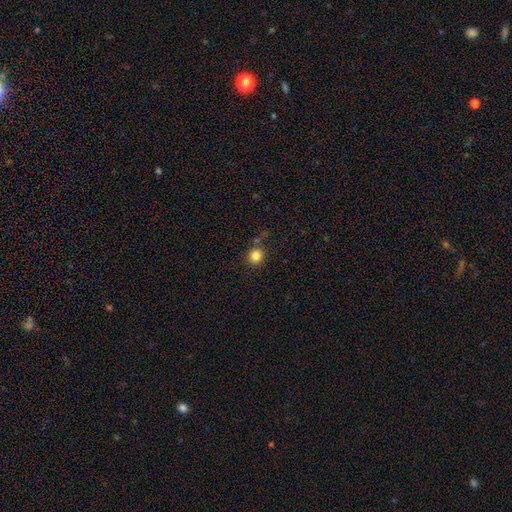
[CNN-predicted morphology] Smooth or featured? smooth (83%)
How rounded? round (91%)
Merging? none (80%)